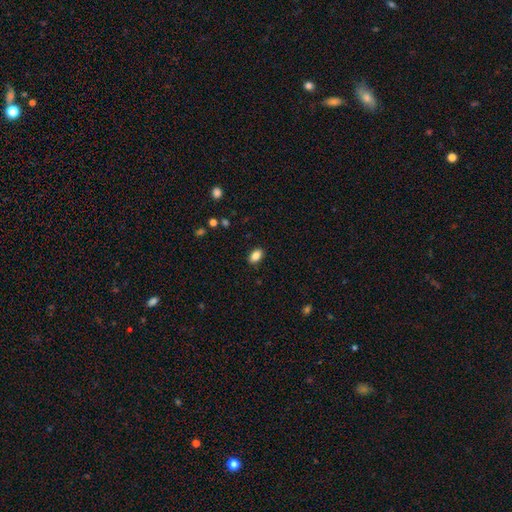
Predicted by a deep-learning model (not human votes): smooth-or-featured: smooth: 85% | star or artifact: 9% | featured or disk: 6%
  how-rounded: in between: 88% | round: 11% | cigar-shaped: 2%
  merging: none: 88% | minor disturbance: 9% | major disturbance: 2% | merger: 1%